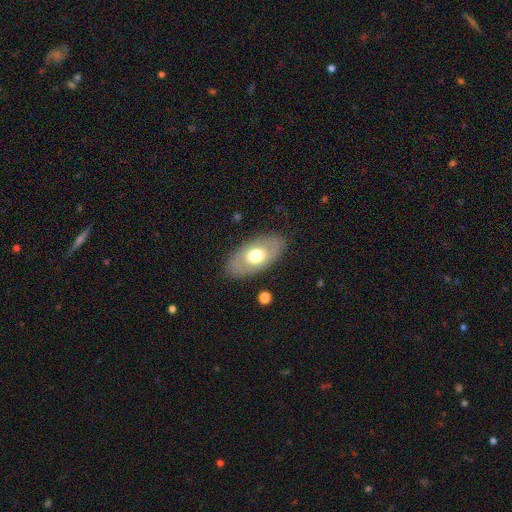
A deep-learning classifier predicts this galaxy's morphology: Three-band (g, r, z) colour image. It shows a smooth galaxy with no disk features (52%) that is in between round and cigar-shaped (92%). Merging: none (84%).